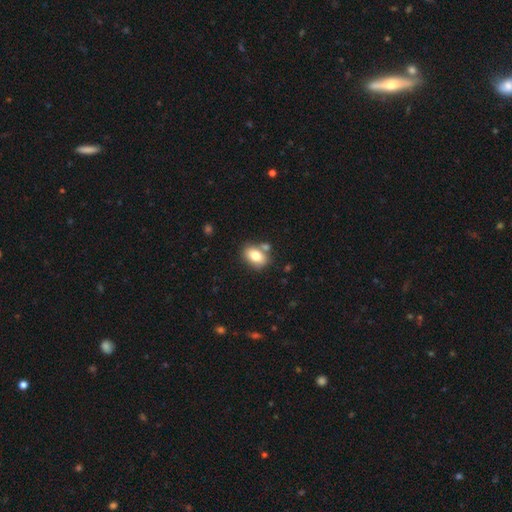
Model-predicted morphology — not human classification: type=smooth (78%); roundness=in between (81%); merging=none (66%).